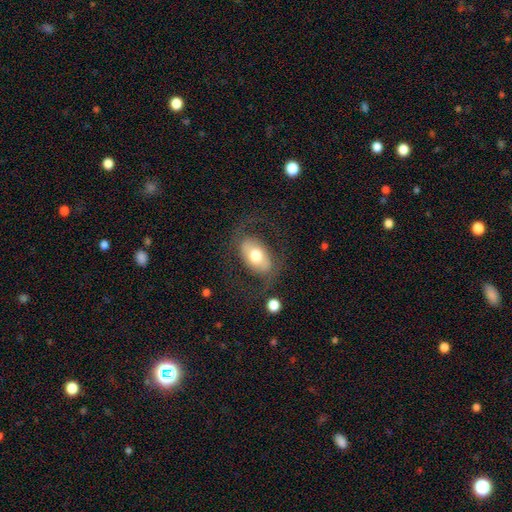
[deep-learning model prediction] Smooth or featured? Predicted: featured or disk (p=0.48). Merging? Predicted: none (p=0.67).